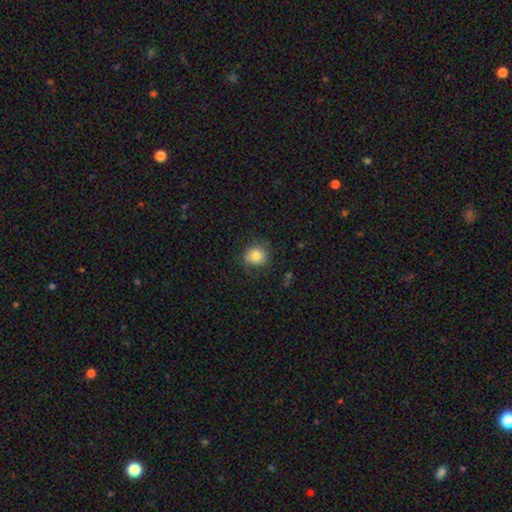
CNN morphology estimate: type=smooth (82%); roundness=round (79%); merging=none (77%).